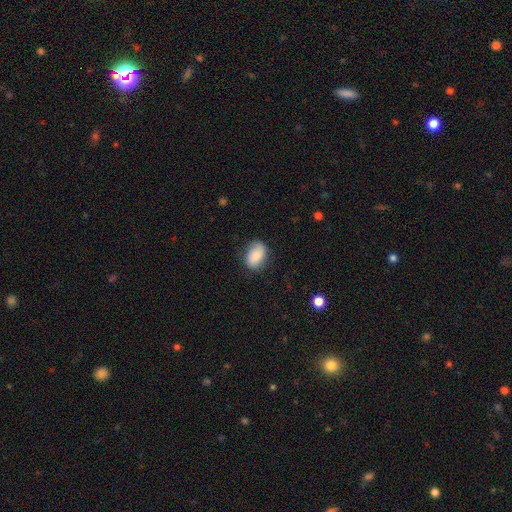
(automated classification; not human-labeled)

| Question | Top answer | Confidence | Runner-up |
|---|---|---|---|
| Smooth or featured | smooth | 78% | featured or disk (15%) |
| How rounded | in between | 83% | round (15%) |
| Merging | none | 77% | minor disturbance (18%) |